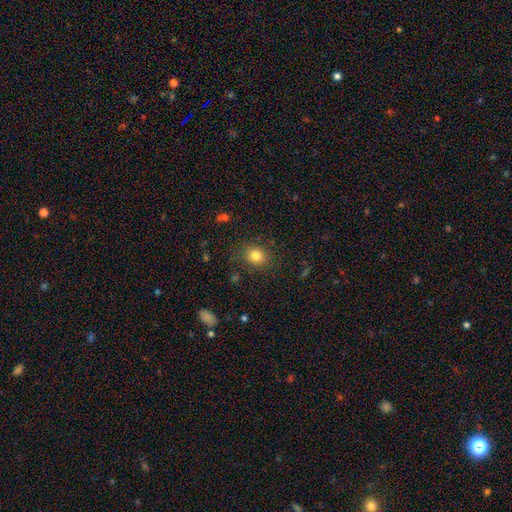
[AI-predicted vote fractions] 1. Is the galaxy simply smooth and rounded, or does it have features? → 81% smooth, 12% star or artifact, 7% featured or disk.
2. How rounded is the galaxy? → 66% round, 33% in between, 1% cigar-shaped.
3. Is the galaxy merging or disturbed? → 84% none, 10% minor disturbance, 4% major disturbance, 1% merger.